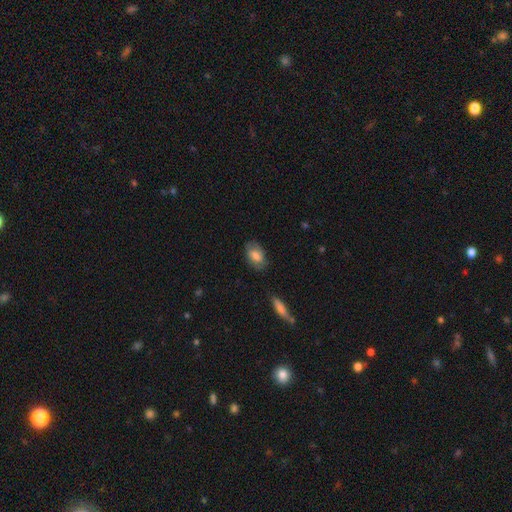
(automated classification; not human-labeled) smooth-or-featured: smooth: 75% | featured or disk: 18% | star or artifact: 7%
  how-rounded: in between: 89% | round: 9% | cigar-shaped: 2%
  merging: none: 77% | minor disturbance: 18% | major disturbance: 4% | merger: 1%